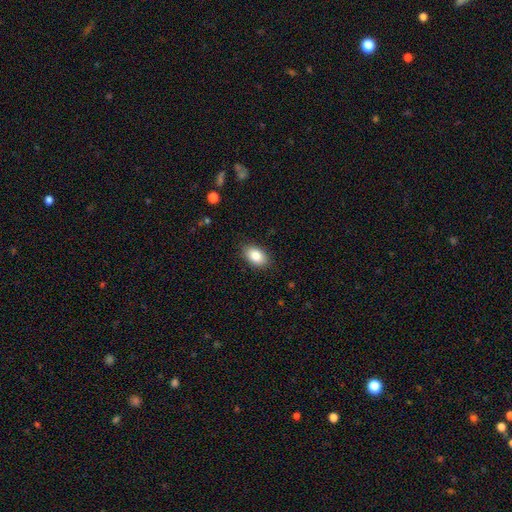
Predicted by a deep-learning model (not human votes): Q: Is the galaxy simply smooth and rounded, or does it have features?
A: smooth — 86%.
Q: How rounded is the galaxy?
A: in between — 91%.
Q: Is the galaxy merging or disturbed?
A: none — 87%.